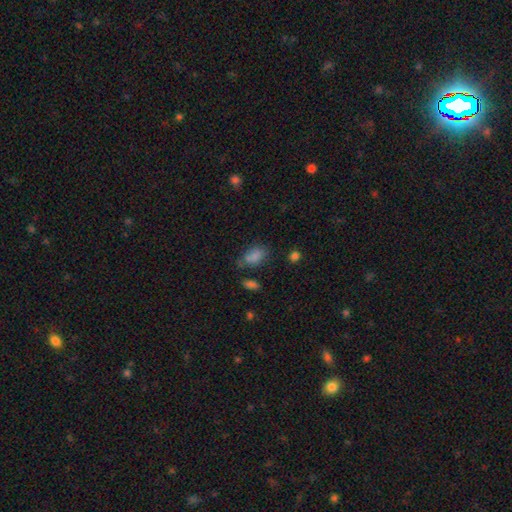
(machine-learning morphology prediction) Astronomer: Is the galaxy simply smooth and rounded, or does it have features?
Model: smooth — 79%.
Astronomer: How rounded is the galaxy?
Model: in between — 88%.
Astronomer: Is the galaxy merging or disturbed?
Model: none — 56%.